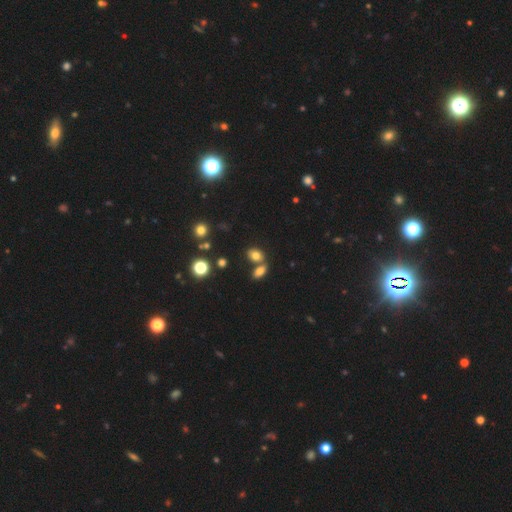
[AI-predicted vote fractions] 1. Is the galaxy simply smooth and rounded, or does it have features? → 76% smooth, 14% star or artifact, 10% featured or disk.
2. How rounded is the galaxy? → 71% in between, 26% round, 2% cigar-shaped.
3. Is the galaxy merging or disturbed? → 54% none, 32% merger, 11% minor disturbance, 4% major disturbance.